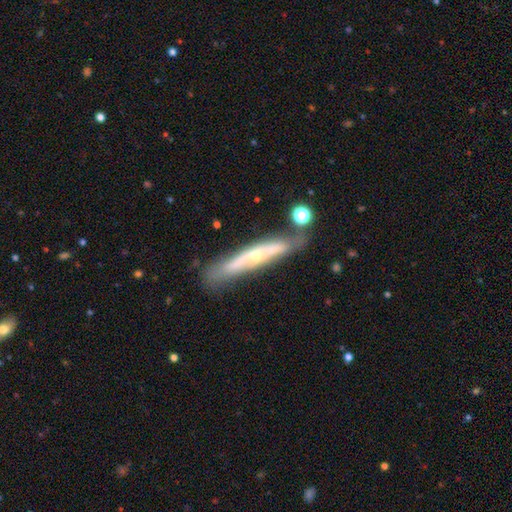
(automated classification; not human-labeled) A featured or disk galaxy (67%) viewed edge-on (72%). Merging: none (67%).